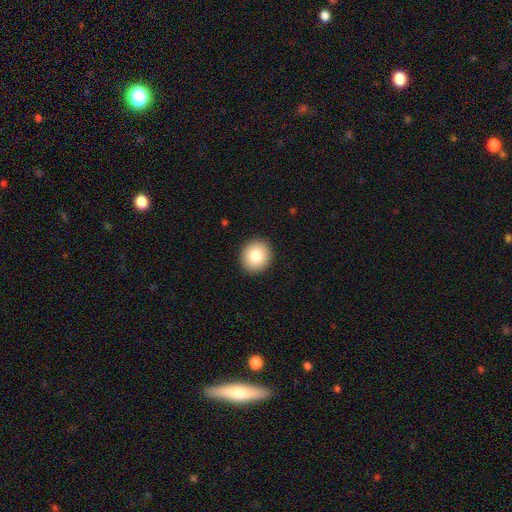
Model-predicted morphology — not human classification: A smooth galaxy with no disk features (80%) that is round (88%). Merging: none (92%).